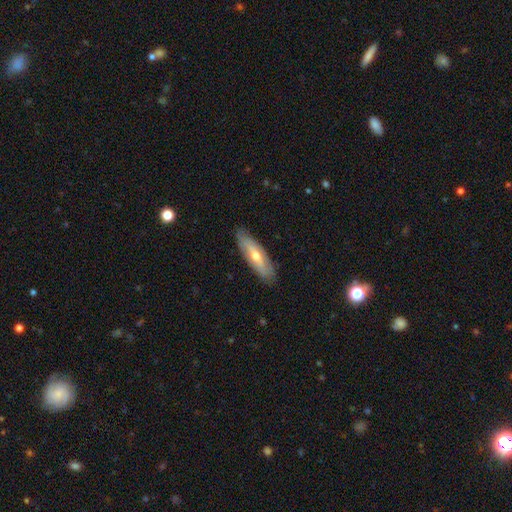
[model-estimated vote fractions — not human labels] smooth_or_featured: featured or disk (p=0.51) [alt: smooth p=0.43]
disk_edge_on: no (p=0.58) [alt: yes p=0.42]
merging: none (p=0.84) [alt: minor disturbance p=0.12]